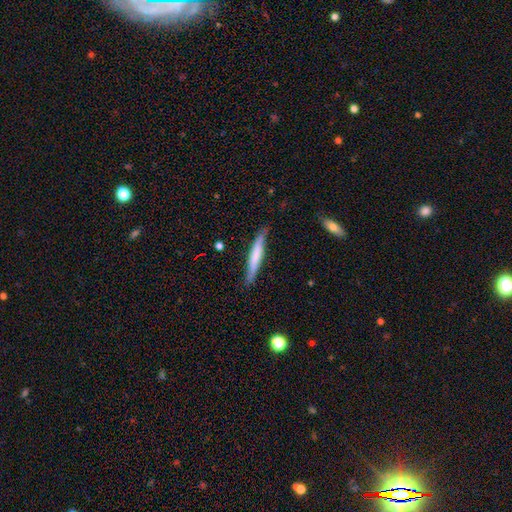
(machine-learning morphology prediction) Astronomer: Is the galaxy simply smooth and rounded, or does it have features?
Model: smooth — 58% (runner-up: featured or disk, 36%).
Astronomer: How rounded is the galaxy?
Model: cigar-shaped — 94%.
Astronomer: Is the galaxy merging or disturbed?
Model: none — 79%.